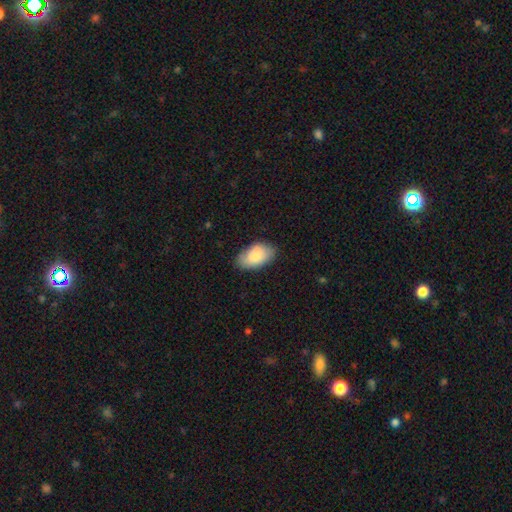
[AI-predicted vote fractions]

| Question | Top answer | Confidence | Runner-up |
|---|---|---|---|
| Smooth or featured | smooth | 82% | featured or disk (12%) |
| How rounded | in between | 94% | round (5%) |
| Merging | none | 77% | minor disturbance (19%) |